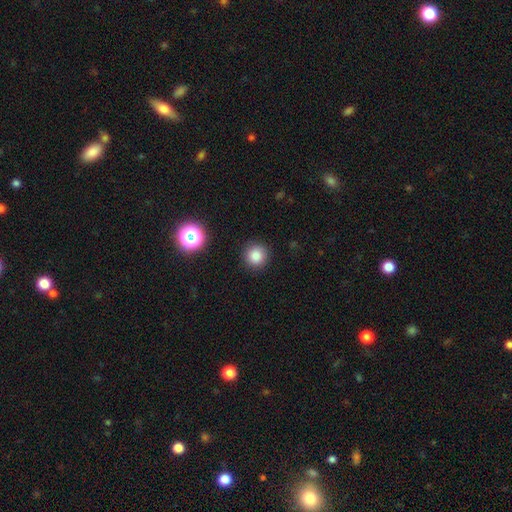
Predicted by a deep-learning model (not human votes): Smooth or featured? Predicted: smooth (p=0.83). How rounded? Predicted: round (p=0.94). Merging? Predicted: none (p=0.90).